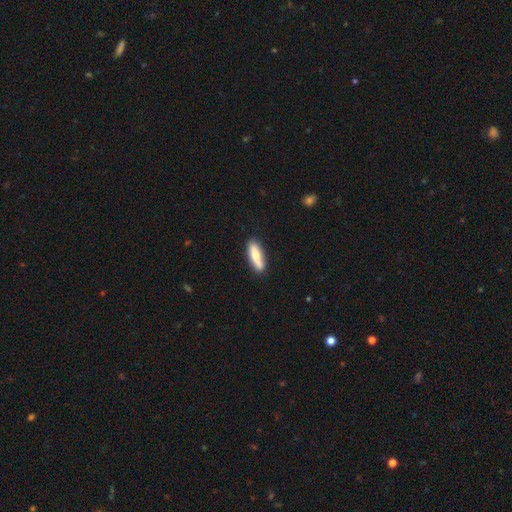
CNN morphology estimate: This appears to be a smooth galaxy with no disk features (65%) that is cigar-shaped (57%). Merging: none (84%).